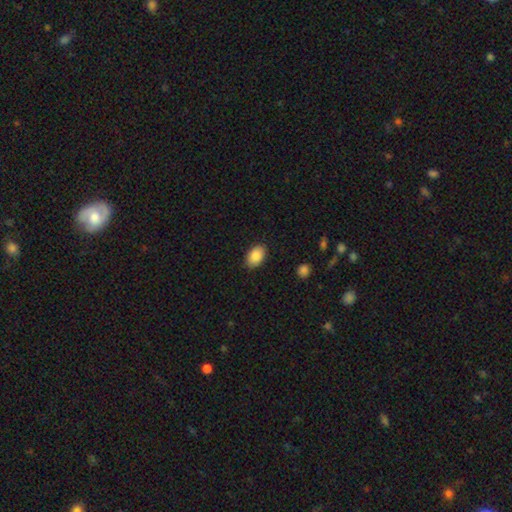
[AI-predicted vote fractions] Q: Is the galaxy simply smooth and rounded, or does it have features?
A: smooth — 87%.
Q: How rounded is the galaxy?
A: in between — 89%.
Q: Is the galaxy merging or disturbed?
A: none — 88%.